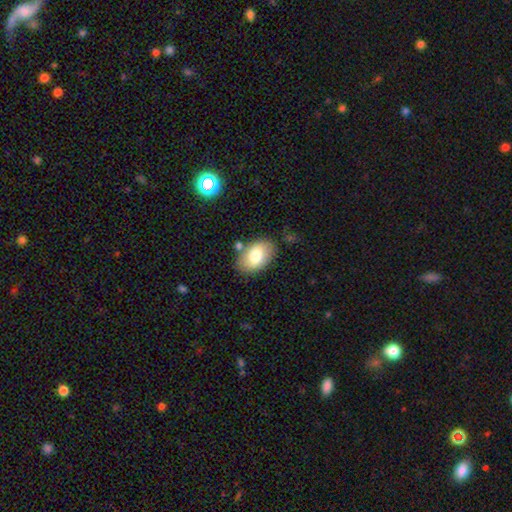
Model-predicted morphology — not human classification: type=smooth (73%); roundness=in between (90%); merging=none (78%).